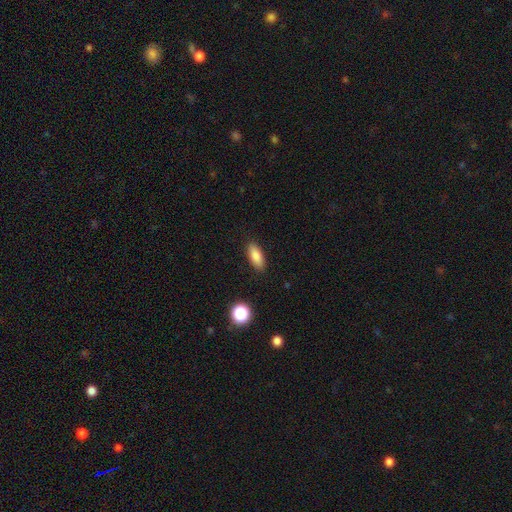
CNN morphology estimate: smooth-or-featured: smooth: 85% | star or artifact: 8% | featured or disk: 7%
  how-rounded: in between: 77% | cigar-shaped: 20% | round: 3%
  merging: none: 88% | minor disturbance: 8% | major disturbance: 2% | merger: 1%